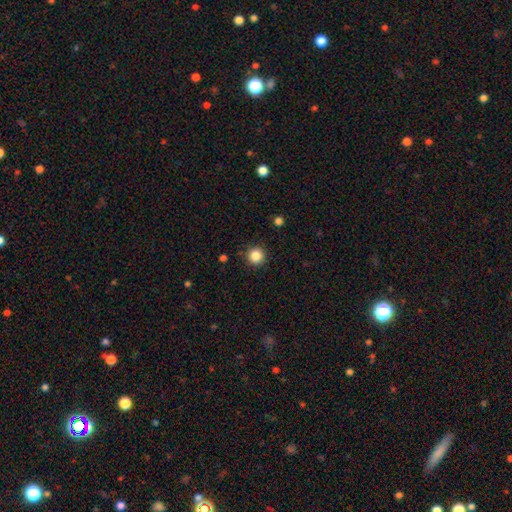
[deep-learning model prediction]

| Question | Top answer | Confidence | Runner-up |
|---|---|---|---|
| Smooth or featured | smooth | 85% | star or artifact (11%) |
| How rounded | round | 96% | in between (3%) |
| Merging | none | 91% | minor disturbance (6%) |